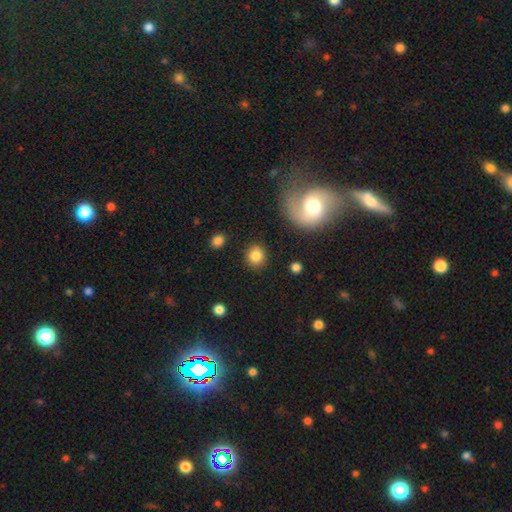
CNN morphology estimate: smooth-or-featured: smooth: 85% | star or artifact: 9% | featured or disk: 6%
  how-rounded: round: 84% | in between: 15% | cigar-shaped: 1%
  merging: none: 89% | minor disturbance: 7% | major disturbance: 3% | merger: 2%